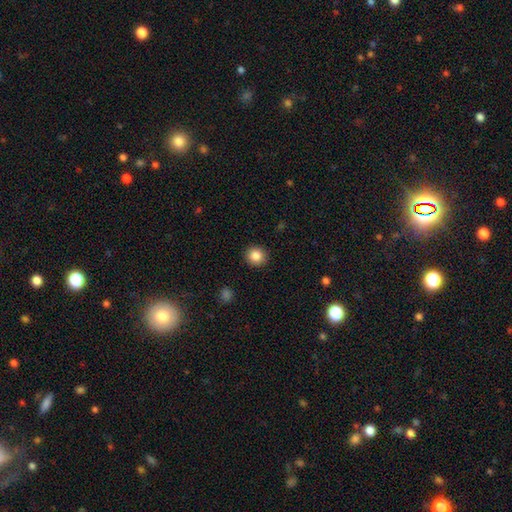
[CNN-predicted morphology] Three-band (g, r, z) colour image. It shows a smooth galaxy with no disk features (85%) that is round (90%). Merging: none (92%).